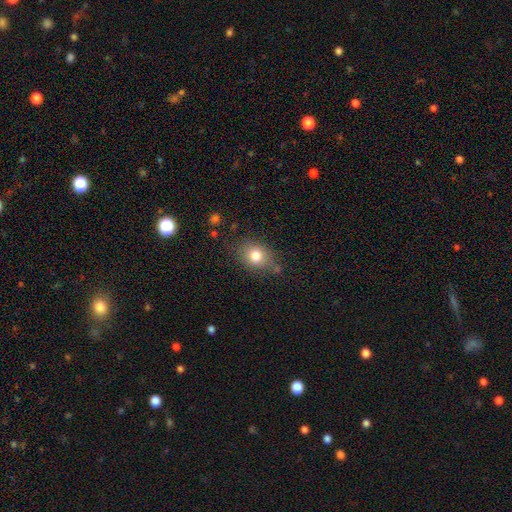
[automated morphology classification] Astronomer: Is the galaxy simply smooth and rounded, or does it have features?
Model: smooth — 79%.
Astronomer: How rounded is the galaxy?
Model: round — 53% (runner-up: in between, 46%).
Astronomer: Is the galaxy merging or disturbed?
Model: none — 73%.